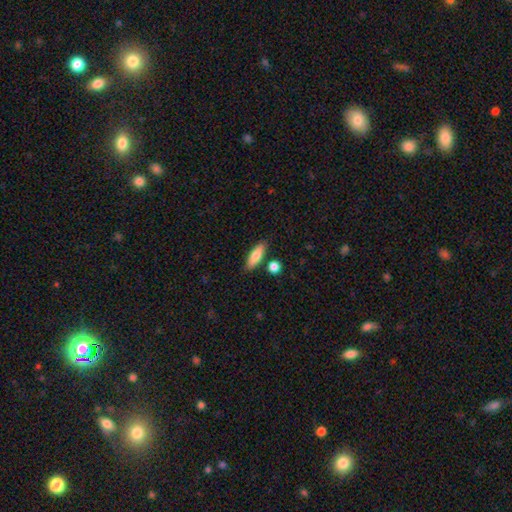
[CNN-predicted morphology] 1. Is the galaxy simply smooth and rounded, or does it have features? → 77% smooth, 17% featured or disk, 7% star or artifact.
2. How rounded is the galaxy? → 58% in between, 39% cigar-shaped, 3% round.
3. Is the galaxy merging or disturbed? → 81% none, 10% minor disturbance, 6% merger, 2% major disturbance.